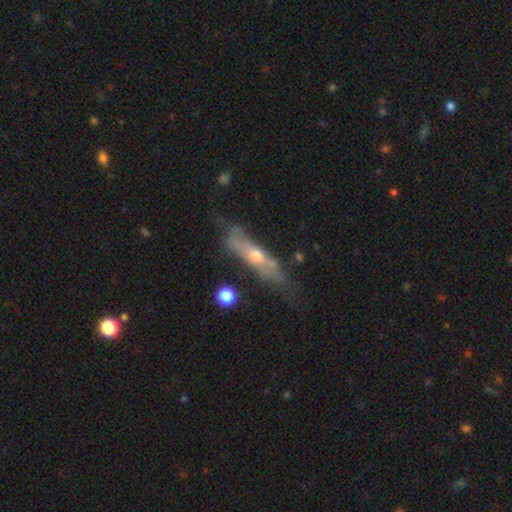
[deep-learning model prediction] featured or disk 64%, smooth 27%, star or artifact 9%. Down the decision tree: edge-on disk — yes (67%); merging — none (60%).